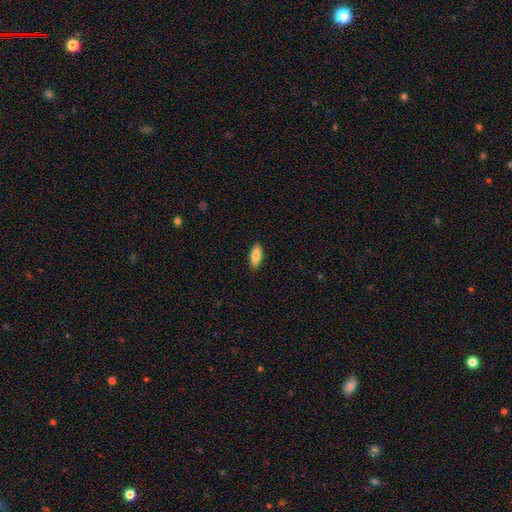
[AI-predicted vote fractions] Morphology: type=smooth (83%); roundness=in between (72%); merging=none (89%).